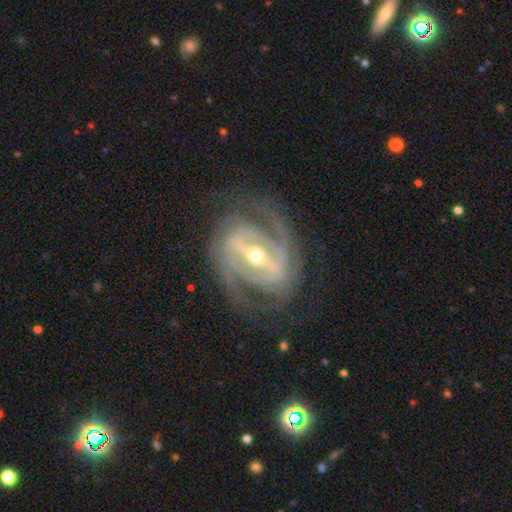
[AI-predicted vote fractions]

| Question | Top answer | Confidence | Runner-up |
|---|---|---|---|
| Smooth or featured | featured or disk | 91% | star or artifact (5%) |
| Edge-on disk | no | 95% | yes (5%) |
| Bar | strong | 71% | weak (22%) |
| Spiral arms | yes | 96% | no (4%) |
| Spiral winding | tight | 47% | medium (42%) |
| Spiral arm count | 2 | 65% | 3 (14%) |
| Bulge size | moderate | 54% | small (41%) |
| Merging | none | 74% | minor disturbance (14%) |